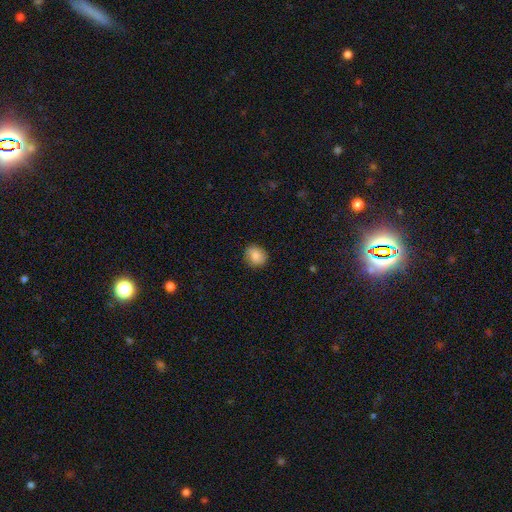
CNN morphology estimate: smooth 80%, featured or disk 11%, star or artifact 8%. Down the decision tree: how rounded — round (80%); merging — none (85%).